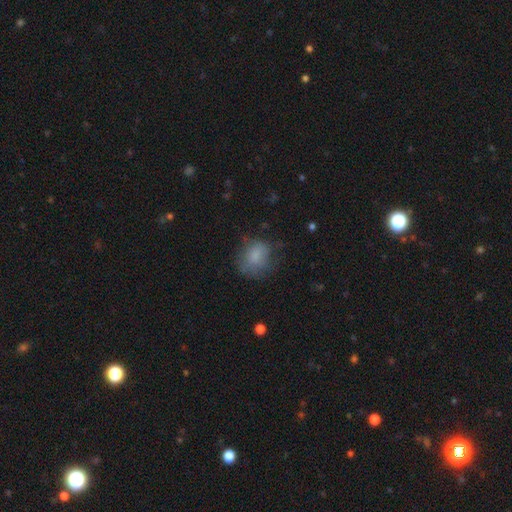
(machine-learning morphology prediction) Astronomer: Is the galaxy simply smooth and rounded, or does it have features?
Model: smooth — 74%.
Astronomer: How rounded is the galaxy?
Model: round — 59% (runner-up: in between, 40%).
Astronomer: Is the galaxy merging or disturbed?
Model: none — 56%.